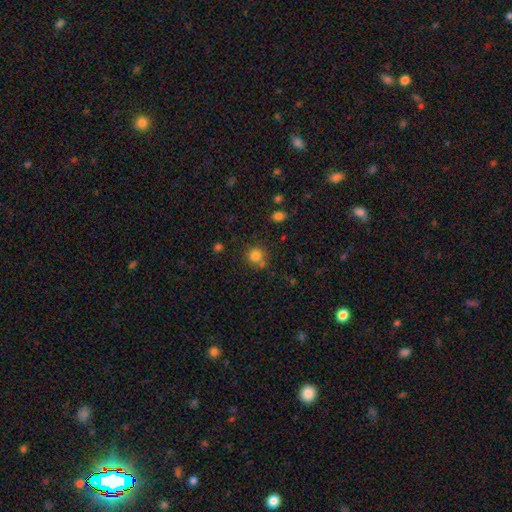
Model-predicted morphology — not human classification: type=smooth (81%); roundness=round (91%); merging=none (71%).